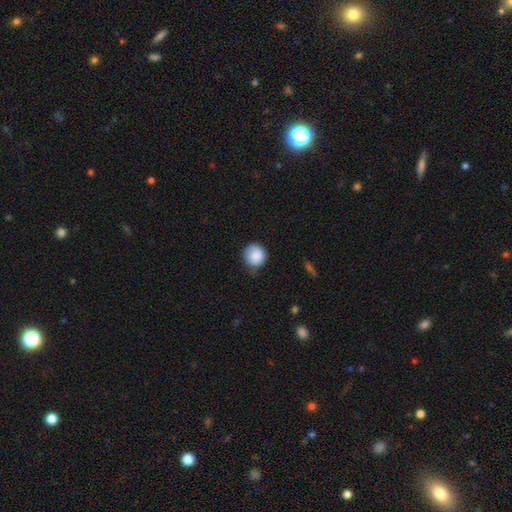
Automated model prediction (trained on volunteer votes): Q: Smooth or featured?
A: smooth (84%); runner-up: featured or disk (9%)
Q: How rounded?
A: round (88%); runner-up: in between (11%)
Q: Merging?
A: none (64%); runner-up: minor disturbance (29%)